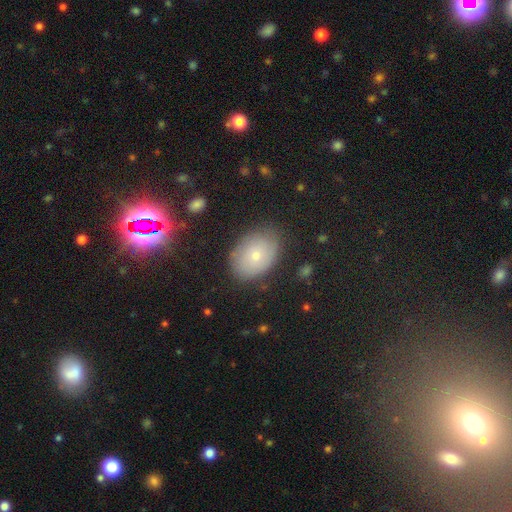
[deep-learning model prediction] Smooth or featured?
  - smooth: 65% *
  - featured or disk: 25%
  - star or artifact: 10%
How rounded?
  - in between: 78% *
  - round: 21%
  - cigar-shaped: 1%
Merging?
  - none: 79% *
  - minor disturbance: 15%
  - major disturbance: 4%
  - merger: 1%